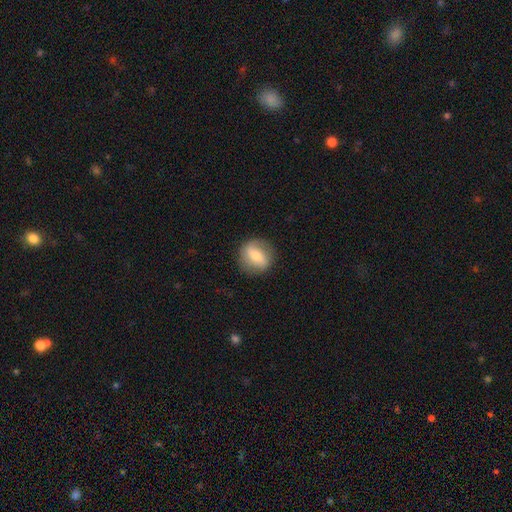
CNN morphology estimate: Smooth or featured: smooth — 48% (featured or disk — 45%)
Merging: none — 84% (minor disturbance — 11%)